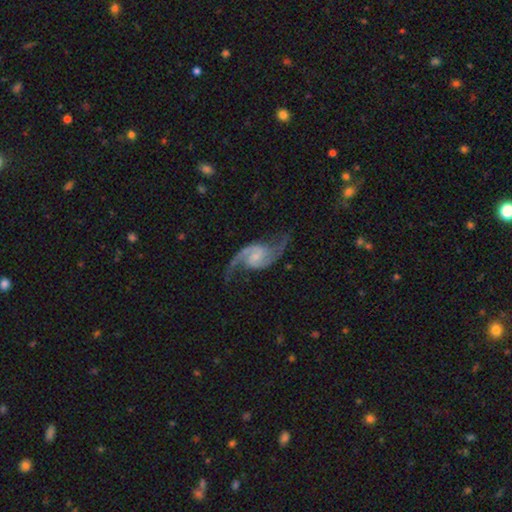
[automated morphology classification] A featured or disk galaxy (92%) with a weak bar (48%), 2 (94%) loose (58%) spiral arms (98%) and a small central bulge (54%).

Vote fractions:
- Smooth or featured? featured or disk: 92% / star or artifact: 4% / smooth: 4%
- Edge-on disk? no: 98% / yes: 2%
- Bar? weak: 48% / no: 40% / strong: 12%
- Spiral arms? yes: 98% / no: 2%
- Spiral winding? loose: 58% / medium: 36% / tight: 6%
- Spiral arm count? 2: 94% / can't tell: 1% / 1: 1% / 3: 1% / 4: 1% / more than 4: 1%
- Bulge size? small: 54% / moderate: 23% / none: 19% / large: 3% / dominant: 1%
- Merging? none: 74% / minor disturbance: 15% / major disturbance: 9% / merger: 2%